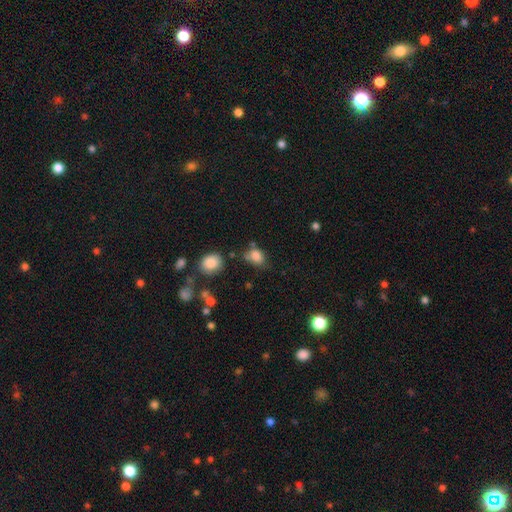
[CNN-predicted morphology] Smooth or featured? smooth (82%)
How rounded? in between (67%)
Merging? none (50%)